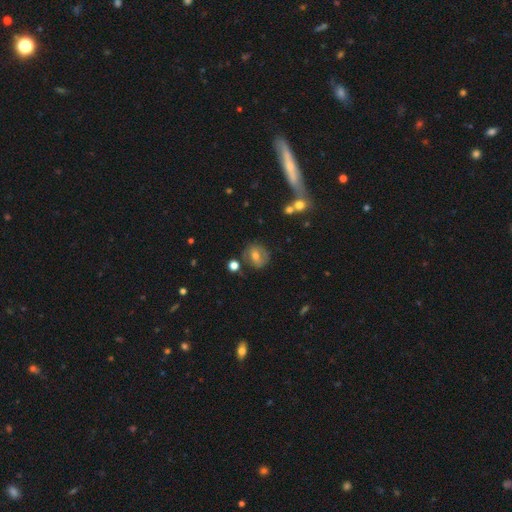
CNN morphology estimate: smooth-or-featured: smooth: 52% | featured or disk: 38% | star or artifact: 11%
  how-rounded: round: 70% | in between: 29% | cigar-shaped: 1%
  merging: none: 74% | minor disturbance: 15% | merger: 6% | major disturbance: 5%